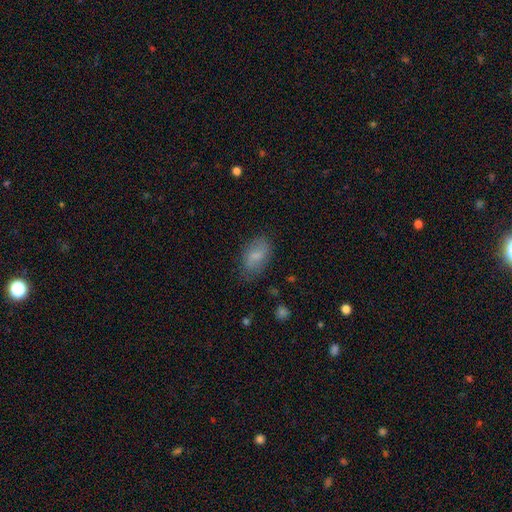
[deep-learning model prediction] This appears to be a smooth galaxy with no disk features (75%) that is in between round and cigar-shaped (91%). Merging: none (74%).